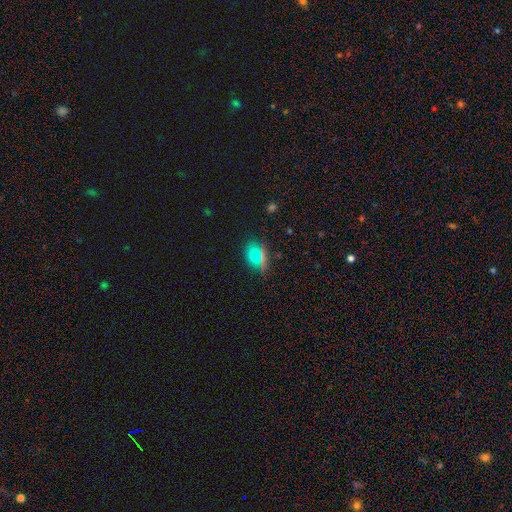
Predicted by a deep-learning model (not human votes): Smooth or featured? Predicted: smooth (p=0.69). How rounded? Predicted: in between (p=0.56). Merging? Predicted: none (p=0.80).